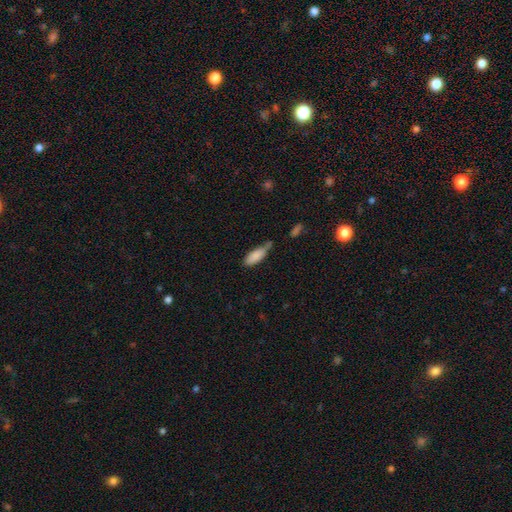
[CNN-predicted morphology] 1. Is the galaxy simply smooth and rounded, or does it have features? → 85% smooth, 8% featured or disk, 7% star or artifact.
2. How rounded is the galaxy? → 70% in between, 28% cigar-shaped, 2% round.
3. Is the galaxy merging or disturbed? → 42% none, 37% minor disturbance, 12% merger, 10% major disturbance.